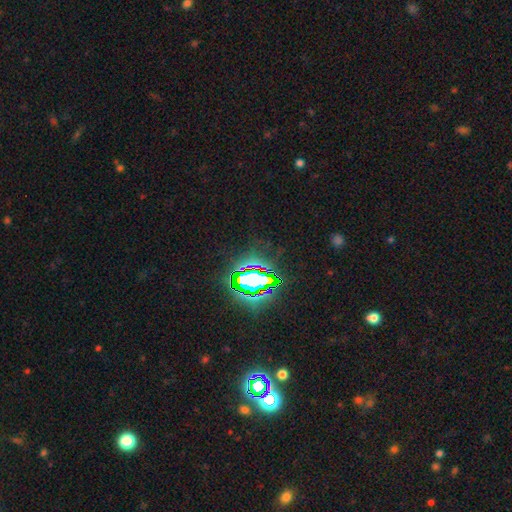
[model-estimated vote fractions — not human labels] Q: Smooth or featured?
A: star or artifact (82%); runner-up: smooth (10%)